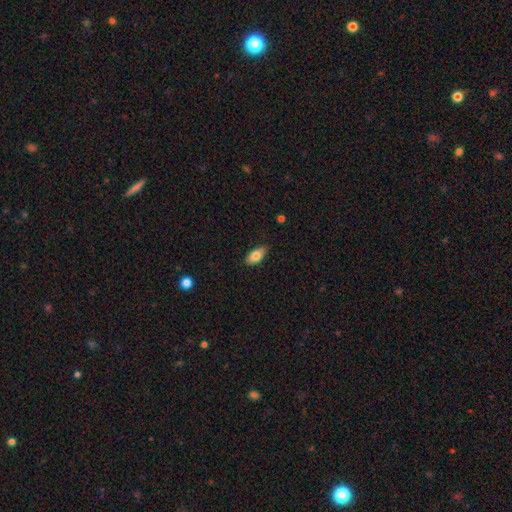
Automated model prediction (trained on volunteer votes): A smooth galaxy with no disk features (82%) that is in between round and cigar-shaped (90%).

Vote fractions:
- Smooth or featured? smooth: 82% / featured or disk: 11% / star or artifact: 7%
- How rounded? in between: 90% / cigar-shaped: 7% / round: 3%
- Merging? none: 85% / minor disturbance: 12% / major disturbance: 2% / merger: 1%